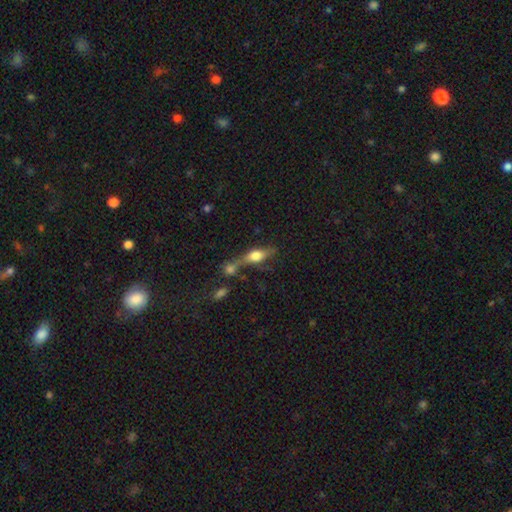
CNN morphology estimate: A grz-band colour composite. It shows a smooth galaxy with no disk features (51%) that is in between round and cigar-shaped (57%). Merging: merger (42%).